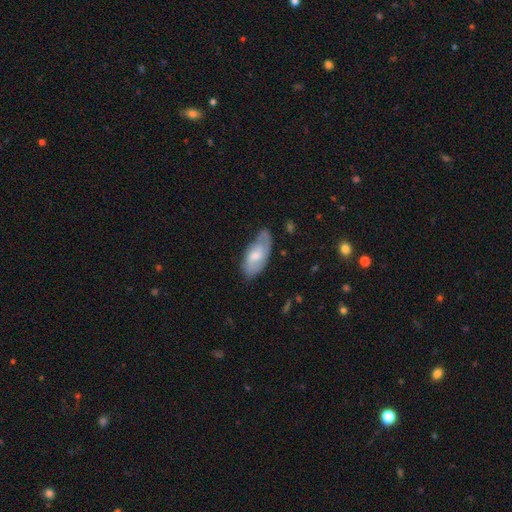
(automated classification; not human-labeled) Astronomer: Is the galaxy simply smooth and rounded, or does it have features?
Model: featured or disk — 48% (runner-up: smooth, 46%).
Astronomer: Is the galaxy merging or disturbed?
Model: none — 58%.